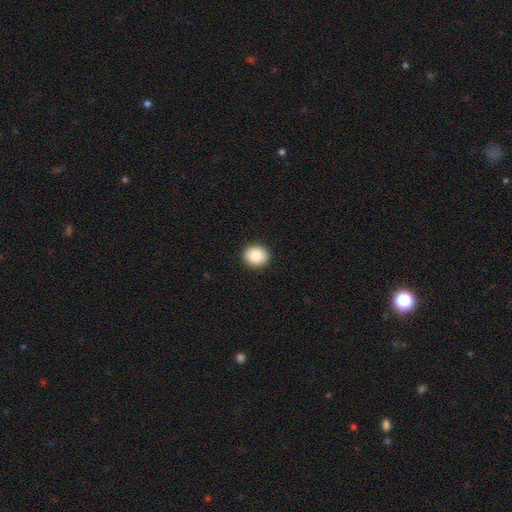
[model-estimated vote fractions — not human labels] A smooth galaxy with no disk features (85%) that is round (69%). Merging: none (92%).